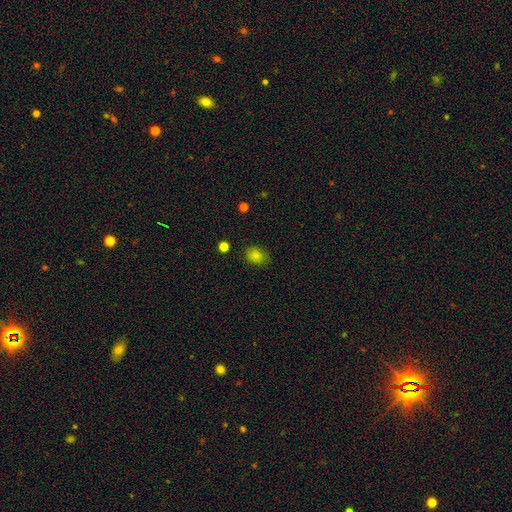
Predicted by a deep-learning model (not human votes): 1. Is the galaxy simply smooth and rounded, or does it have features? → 82% smooth, 13% star or artifact, 5% featured or disk.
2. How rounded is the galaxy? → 53% in between, 46% round, 1% cigar-shaped.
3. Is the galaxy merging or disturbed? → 80% none, 15% minor disturbance, 4% major disturbance, 1% merger.